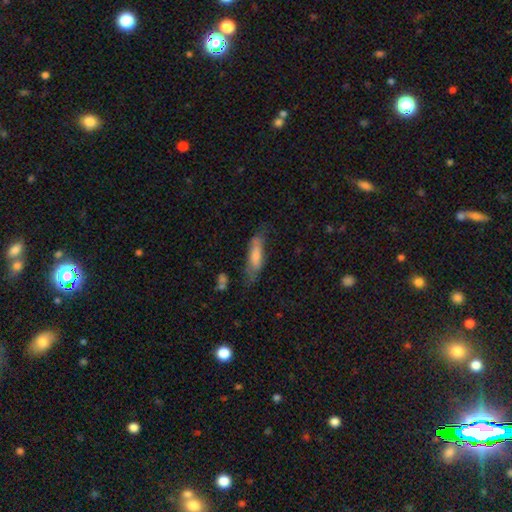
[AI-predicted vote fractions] This is likely a smooth galaxy (62%). How rounded: likely cigar-shaped (60%). Merging: likely none (61%).